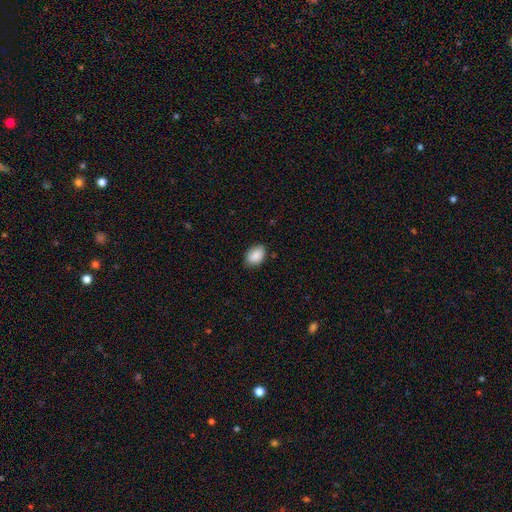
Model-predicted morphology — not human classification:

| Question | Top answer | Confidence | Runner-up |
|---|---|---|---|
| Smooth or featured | smooth | 87% | star or artifact (7%) |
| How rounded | in between | 78% | round (21%) |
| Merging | none | 78% | minor disturbance (18%) |